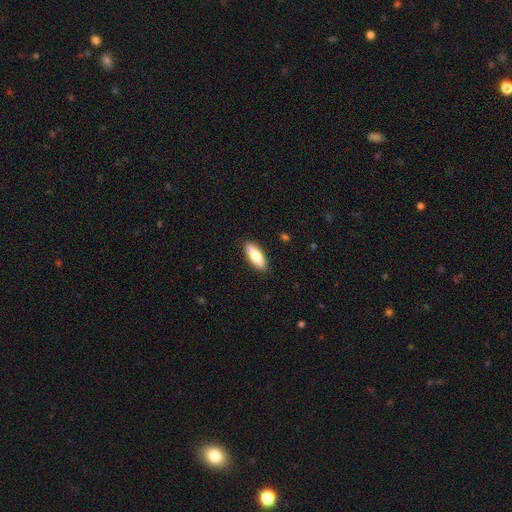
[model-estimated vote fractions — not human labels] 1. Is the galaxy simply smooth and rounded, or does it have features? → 75% smooth, 20% featured or disk, 6% star or artifact.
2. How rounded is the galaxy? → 76% in between, 22% cigar-shaped, 2% round.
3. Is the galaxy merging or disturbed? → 88% none, 9% minor disturbance, 2% major disturbance, 1% merger.